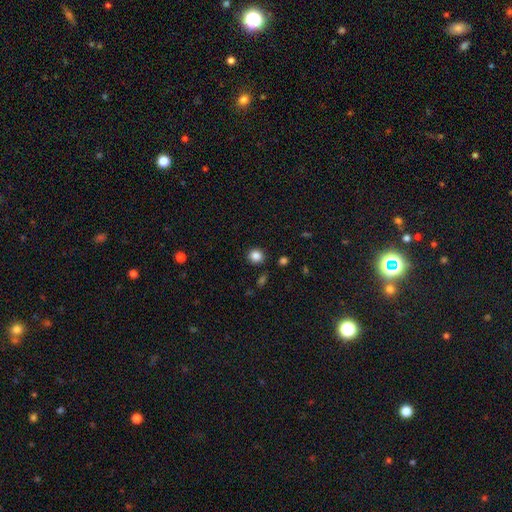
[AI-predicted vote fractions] smooth 85%, star or artifact 11%, featured or disk 4%. Down the decision tree: how rounded — round (84%); merging — none (89%).